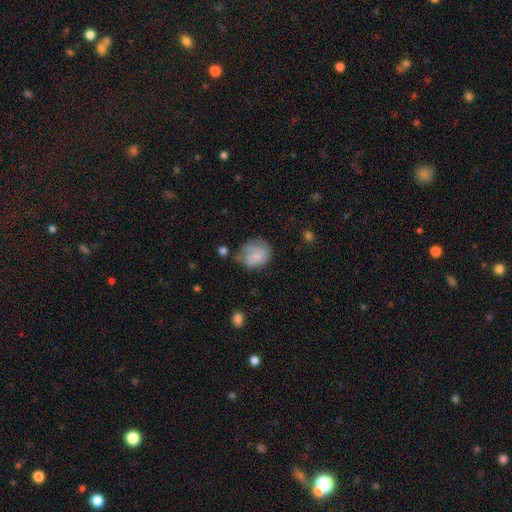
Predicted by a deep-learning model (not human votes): smooth_or_featured: smooth (p=0.62) [alt: featured or disk p=0.30]
how_rounded: round (p=0.55) [alt: in between p=0.44]
merging: none (p=0.49) [alt: minor disturbance p=0.30]